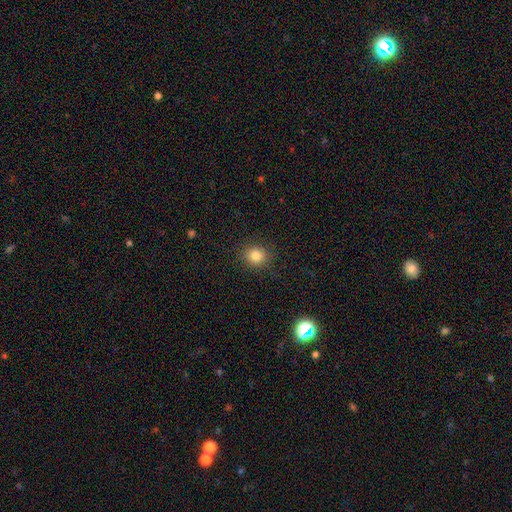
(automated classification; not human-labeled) Smooth or featured? smooth (83%)
How rounded? round (84%)
Merging? none (89%)